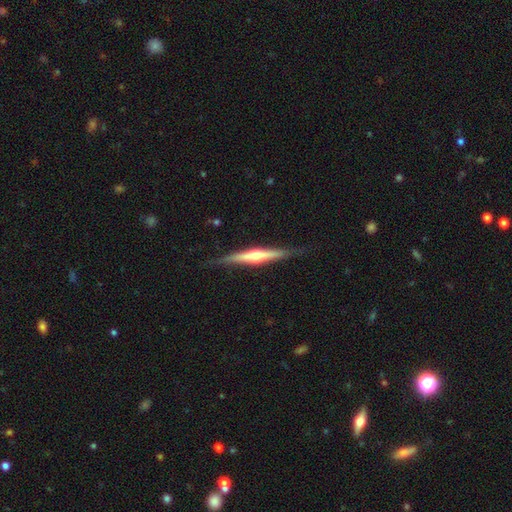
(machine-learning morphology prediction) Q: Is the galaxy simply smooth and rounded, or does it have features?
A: featured or disk — 74%.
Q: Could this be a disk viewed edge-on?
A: yes — 97%.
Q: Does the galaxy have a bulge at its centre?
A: rounded — 84%.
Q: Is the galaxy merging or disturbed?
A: none — 84%.